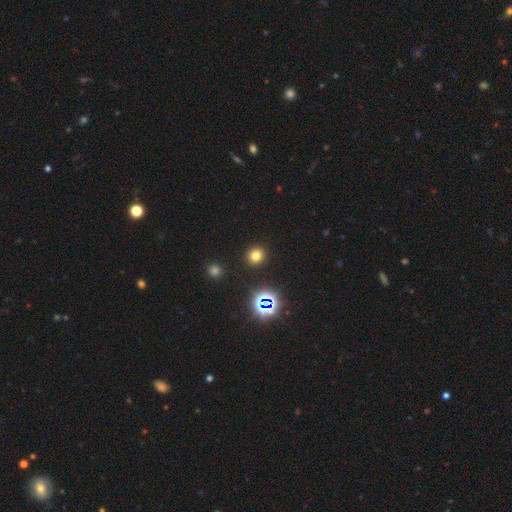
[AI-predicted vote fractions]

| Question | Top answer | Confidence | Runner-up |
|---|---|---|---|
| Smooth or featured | smooth | 71% | star or artifact (22%) |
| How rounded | round | 89% | in between (10%) |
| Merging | none | 91% | minor disturbance (5%) |